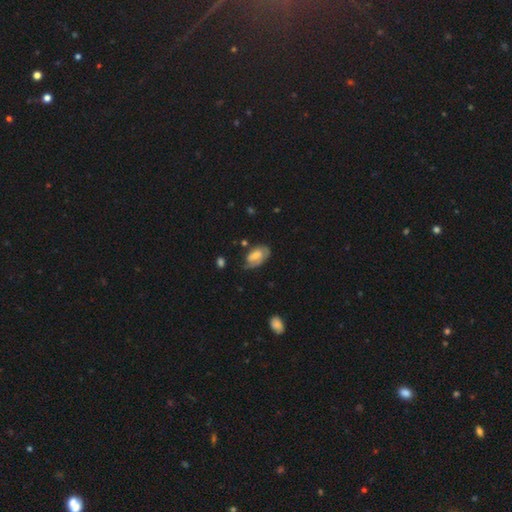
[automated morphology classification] smooth-or-featured: smooth: 51% | featured or disk: 42% | star or artifact: 7%
  how-rounded: in between: 91% | round: 5% | cigar-shaped: 4%
  merging: none: 49% | minor disturbance: 33% | major disturbance: 15% | merger: 3%